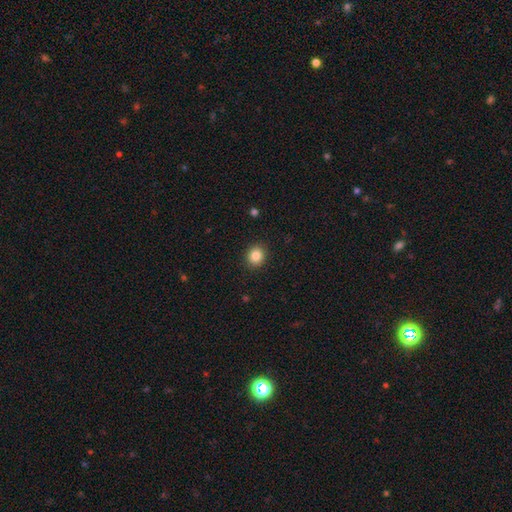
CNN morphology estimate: smooth 85%, star or artifact 10%, featured or disk 5%. Down the decision tree: how rounded — round (80%); merging — none (91%).